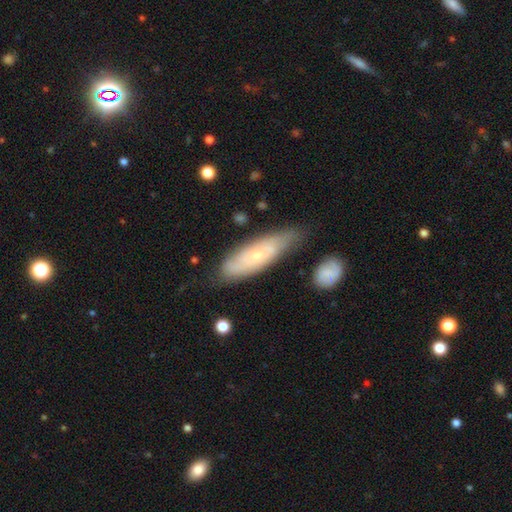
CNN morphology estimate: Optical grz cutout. It shows a featured or disk galaxy (50%). Merging: none (64%).